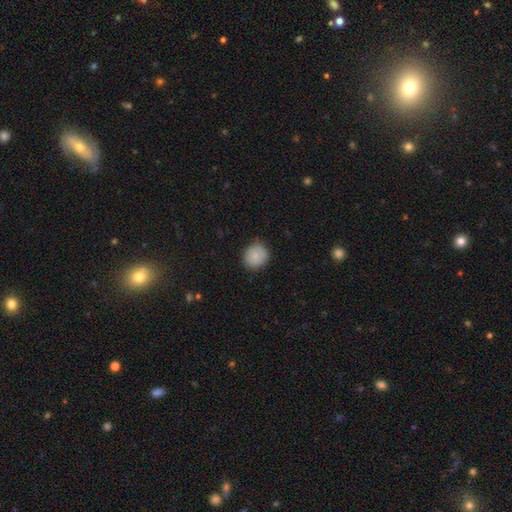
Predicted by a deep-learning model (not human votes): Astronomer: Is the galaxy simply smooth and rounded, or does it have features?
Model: smooth — 85%.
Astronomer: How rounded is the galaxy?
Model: round — 86%.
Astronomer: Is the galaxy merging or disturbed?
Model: none — 84%.